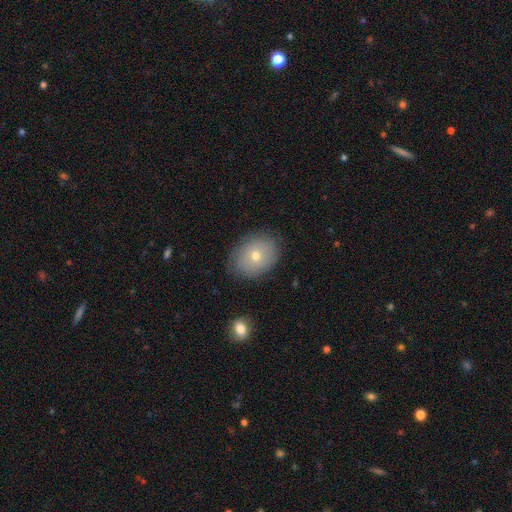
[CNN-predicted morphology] Smooth or featured?
  - smooth: 63% *
  - featured or disk: 27%
  - star or artifact: 10%
How rounded?
  - in between: 61% *
  - round: 38%
  - cigar-shaped: 1%
Merging?
  - none: 81% *
  - minor disturbance: 14%
  - major disturbance: 4%
  - merger: 1%